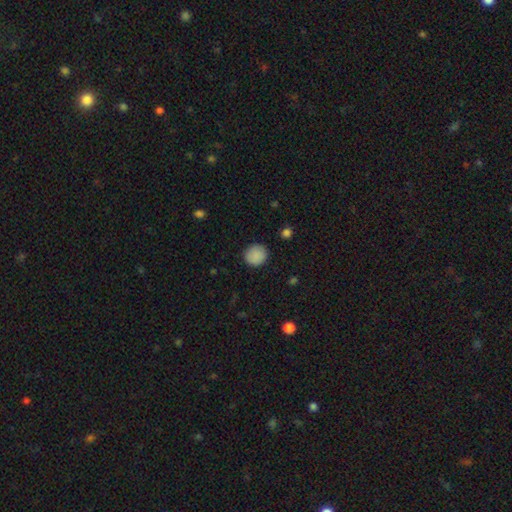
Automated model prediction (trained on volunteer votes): A smooth galaxy with no disk features (88%) that is round (89%).

Vote fractions:
- Smooth or featured? smooth: 88% / star or artifact: 8% / featured or disk: 3%
- How rounded? round: 89% / in between: 10% / cigar-shaped: 1%
- Merging? none: 88% / minor disturbance: 9% / major disturbance: 2% / merger: 1%